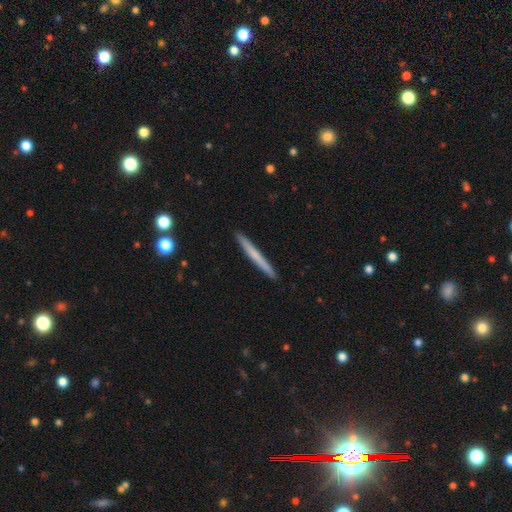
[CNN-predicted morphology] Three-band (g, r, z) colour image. It shows a smooth galaxy with no disk features (58%) that is cigar-shaped (97%). Merging: none (92%).